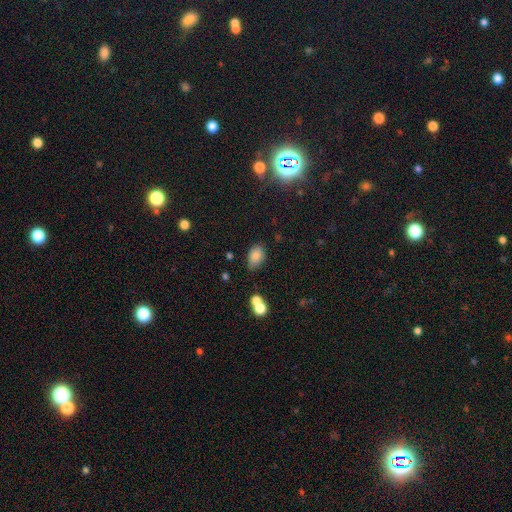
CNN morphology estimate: Smooth or featured: smooth — 82% (star or artifact — 11%)
How rounded: in between — 83% (round — 16%)
Merging: none — 65% (minor disturbance — 23%)